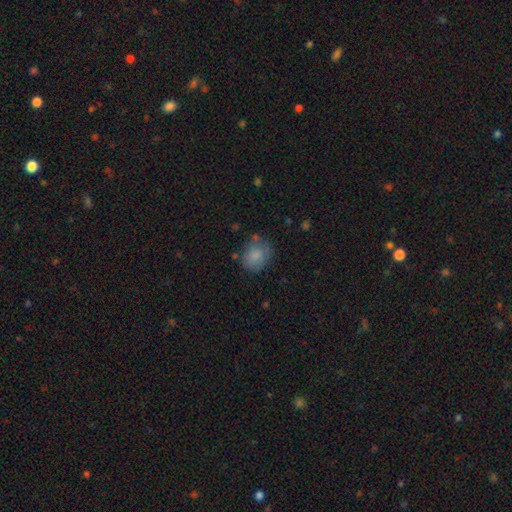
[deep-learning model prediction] Smooth or featured?
  - smooth: 80% *
  - featured or disk: 11%
  - star or artifact: 9%
How rounded?
  - round: 65% *
  - in between: 34%
  - cigar-shaped: 1%
Merging?
  - none: 64% *
  - minor disturbance: 23%
  - major disturbance: 9%
  - merger: 4%